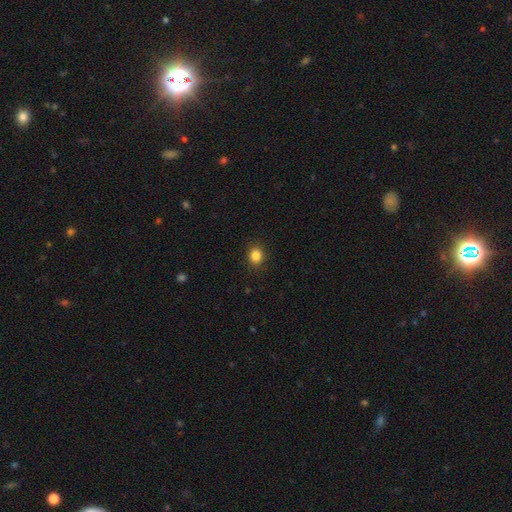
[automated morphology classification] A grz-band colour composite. It shows a smooth galaxy with no disk features (85%) that is round (70%). Merging: none (89%).